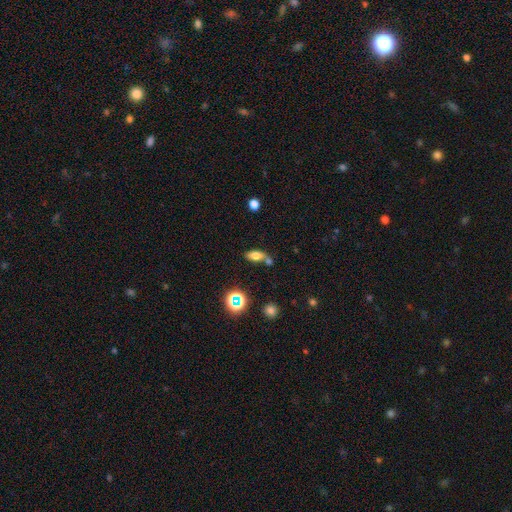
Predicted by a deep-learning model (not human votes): A smooth galaxy with no disk features (71%) that is in between round and cigar-shaped (82%).

Vote fractions:
- Smooth or featured? smooth: 71% / featured or disk: 15% / star or artifact: 14%
- How rounded? in between: 82% / cigar-shaped: 11% / round: 7%
- Merging? none: 53% / merger: 27% / minor disturbance: 15% / major disturbance: 6%